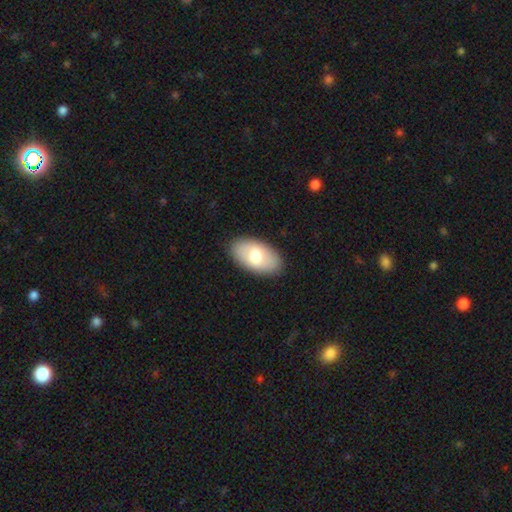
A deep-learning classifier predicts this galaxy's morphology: This is likely a smooth galaxy (69%). How rounded: clearly in between (94%). Merging: clearly none (88%).